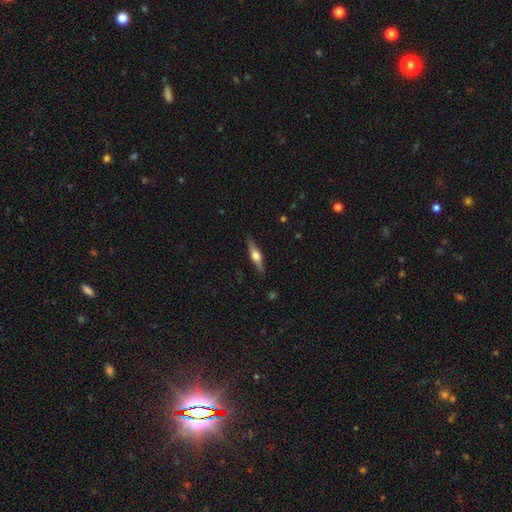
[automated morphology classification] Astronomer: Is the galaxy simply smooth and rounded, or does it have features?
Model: featured or disk — 61%.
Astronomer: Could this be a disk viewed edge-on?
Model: yes — 96%.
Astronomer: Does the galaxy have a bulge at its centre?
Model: rounded — 93%.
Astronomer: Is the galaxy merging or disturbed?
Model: none — 89%.